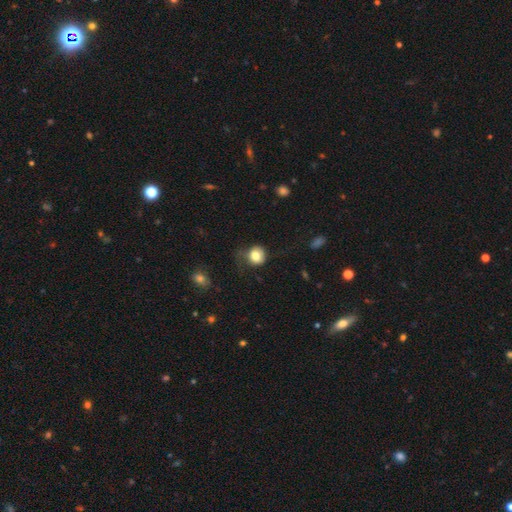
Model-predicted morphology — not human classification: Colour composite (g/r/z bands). It shows a smooth galaxy with no disk features (81%) that is round (79%). Merging: none (53%).